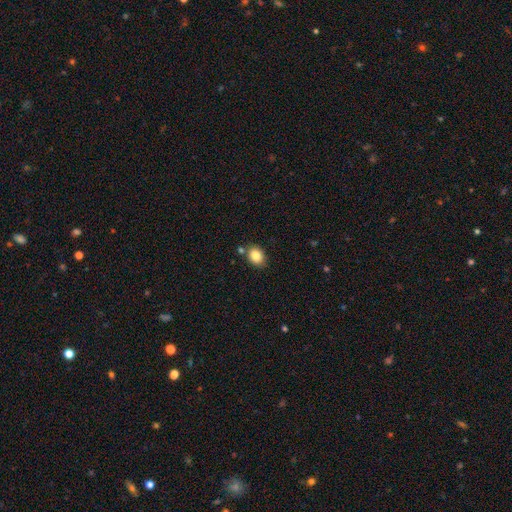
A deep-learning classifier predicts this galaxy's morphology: The model was most divided on "how rounded": in between: 59%, round: 40%, cigar-shaped: 1%. More confident: smooth or featured — smooth (85%); merging — none (75%).